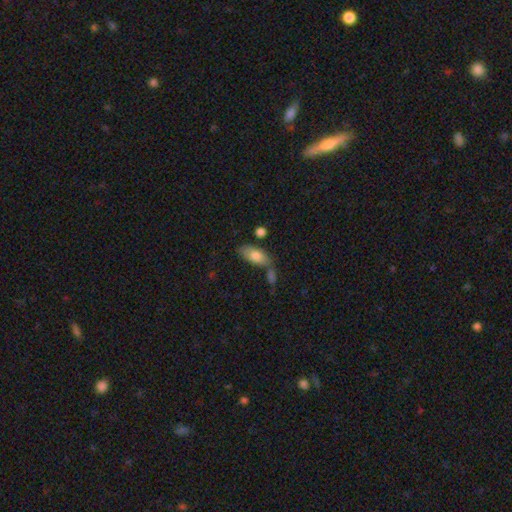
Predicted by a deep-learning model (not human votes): A smooth galaxy with no disk features (78%) that is in between round and cigar-shaped (89%).

Vote fractions:
- Smooth or featured? smooth: 78% / featured or disk: 16% / star or artifact: 6%
- How rounded? in between: 89% / cigar-shaped: 8% / round: 3%
- Merging? none: 58% / merger: 18% / minor disturbance: 18% / major disturbance: 6%